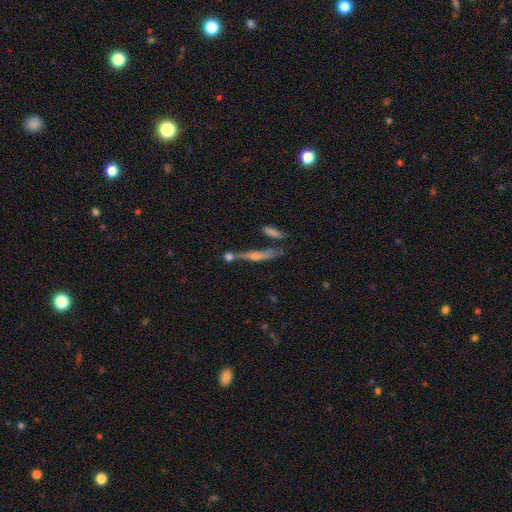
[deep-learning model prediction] Morphology: type=featured or disk (64%); edge-on=yes (89%); edge-on bulge=rounded (77%); merging=none (63%).